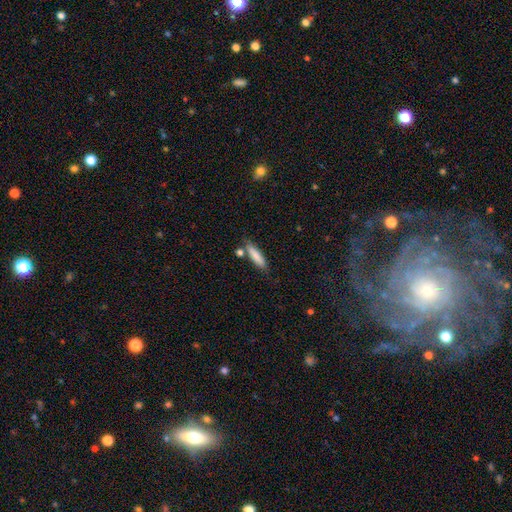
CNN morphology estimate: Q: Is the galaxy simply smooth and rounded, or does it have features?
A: smooth — 83%.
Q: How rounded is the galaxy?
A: cigar-shaped — 73%.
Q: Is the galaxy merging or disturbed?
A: none — 72%.